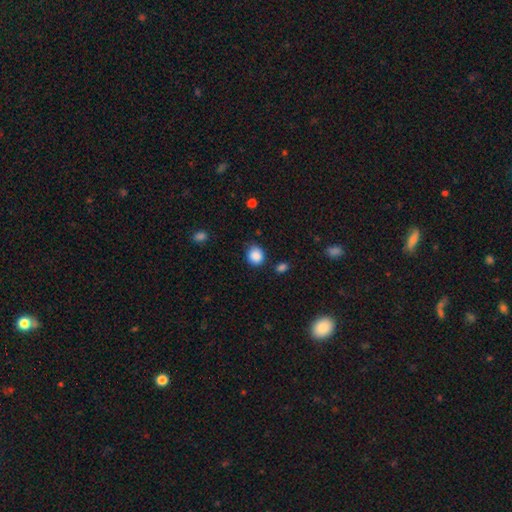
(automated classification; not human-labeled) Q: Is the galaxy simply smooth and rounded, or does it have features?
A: smooth — 88%.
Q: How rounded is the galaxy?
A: round — 72%.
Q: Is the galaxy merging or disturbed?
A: none — 76%.